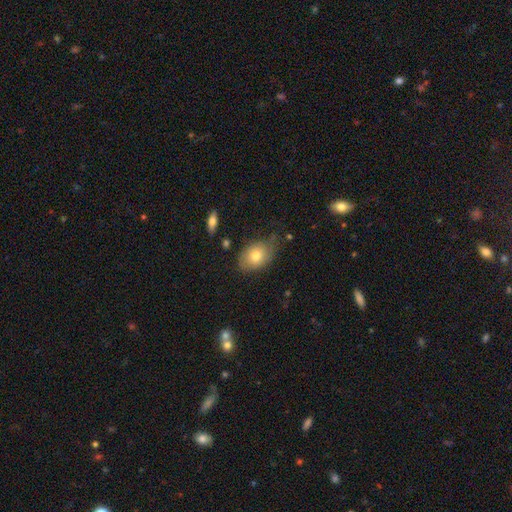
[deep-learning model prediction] Smooth or featured: smooth — 77% (featured or disk — 15%)
How rounded: in between — 80% (round — 19%)
Merging: none — 68% (minor disturbance — 24%)